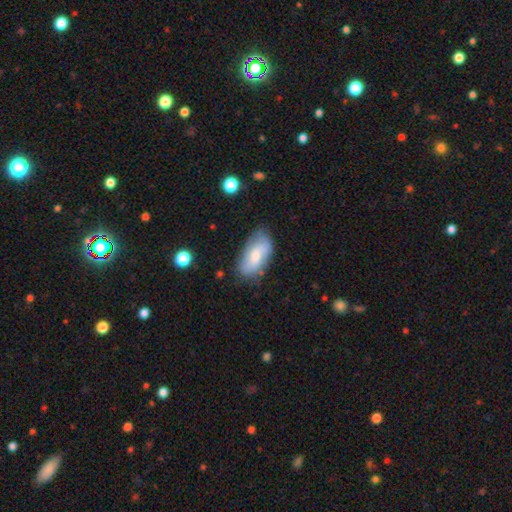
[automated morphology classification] Smooth or featured? smooth (58%)
How rounded? in between (93%)
Merging? none (65%)